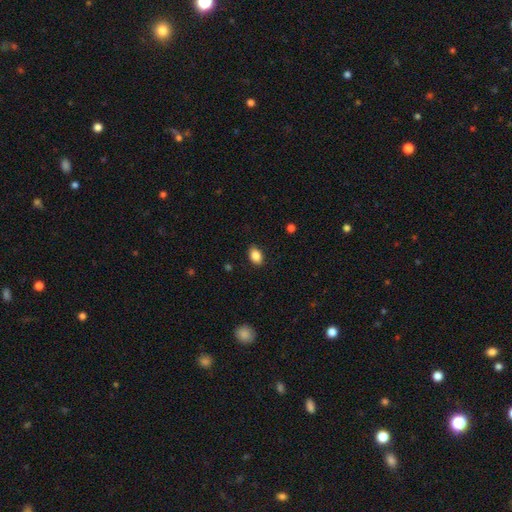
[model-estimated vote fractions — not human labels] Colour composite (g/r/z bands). It shows a smooth galaxy with no disk features (88%) that is in between round and cigar-shaped (85%). Merging: none (88%).